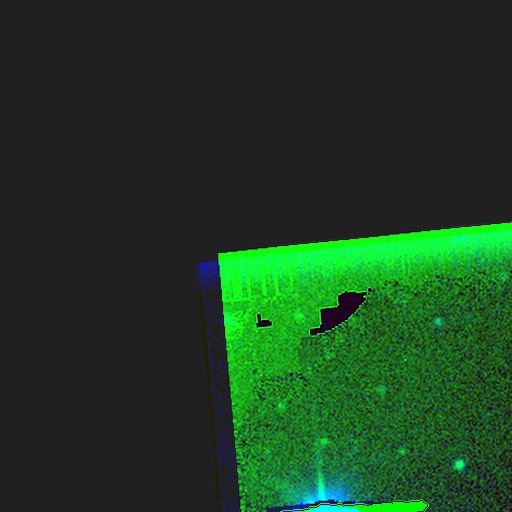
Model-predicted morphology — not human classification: A star or artifact, not a galaxy (89%).